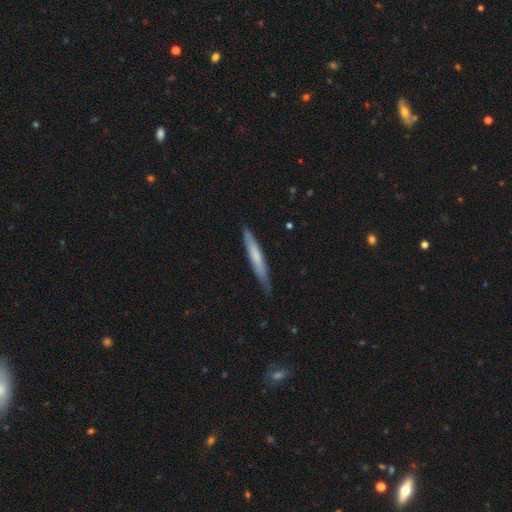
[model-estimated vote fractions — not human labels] smooth 58%, featured or disk 36%, star or artifact 5%. Down the decision tree: how rounded — cigar-shaped (95%); merging — none (83%).